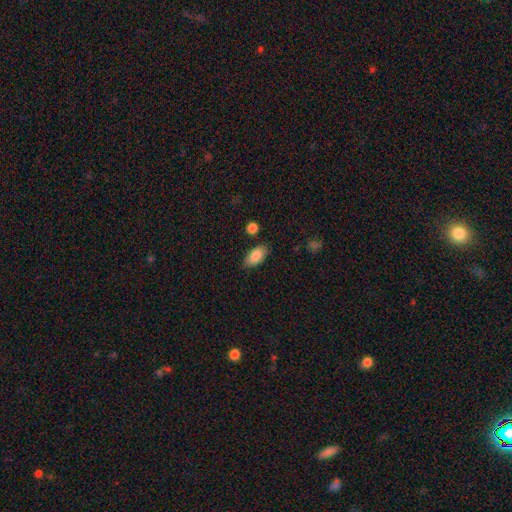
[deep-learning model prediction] The model was most divided on "merging": none: 82%, minor disturbance: 12%, merger: 3%, major disturbance: 3%. More confident: how rounded — in between (92%); smooth or featured — smooth (85%).